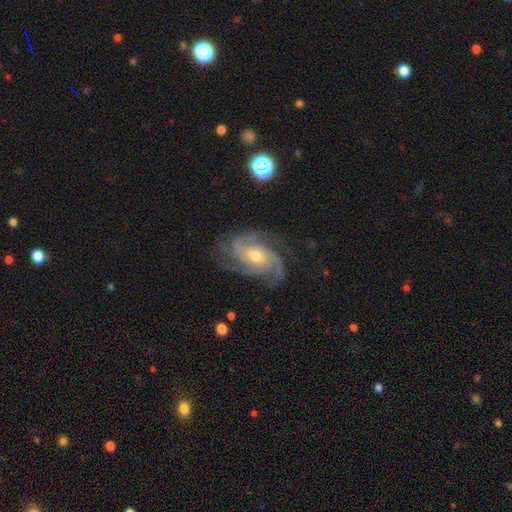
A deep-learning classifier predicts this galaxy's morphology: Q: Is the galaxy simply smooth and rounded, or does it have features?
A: featured or disk — 89%.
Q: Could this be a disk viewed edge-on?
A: no — 97%.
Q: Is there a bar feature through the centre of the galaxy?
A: no — 55%.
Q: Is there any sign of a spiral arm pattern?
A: yes — 98%.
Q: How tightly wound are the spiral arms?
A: medium — 46%.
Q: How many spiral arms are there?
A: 3 — 43%.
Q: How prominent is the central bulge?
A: moderate — 63%.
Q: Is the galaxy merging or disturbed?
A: none — 72%.